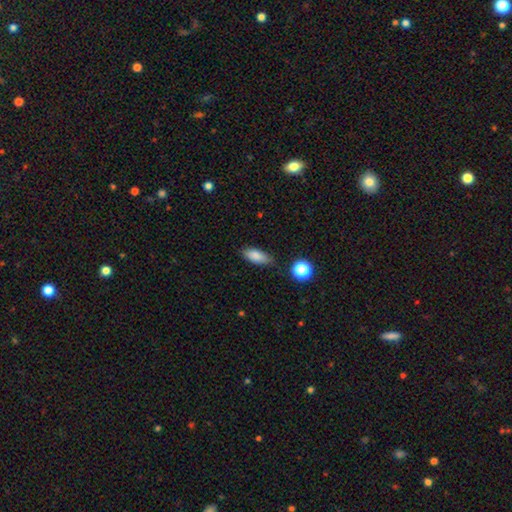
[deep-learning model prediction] This appears to be a smooth galaxy with no disk features (84%) that is in between round and cigar-shaped (78%). Merging: none (76%).